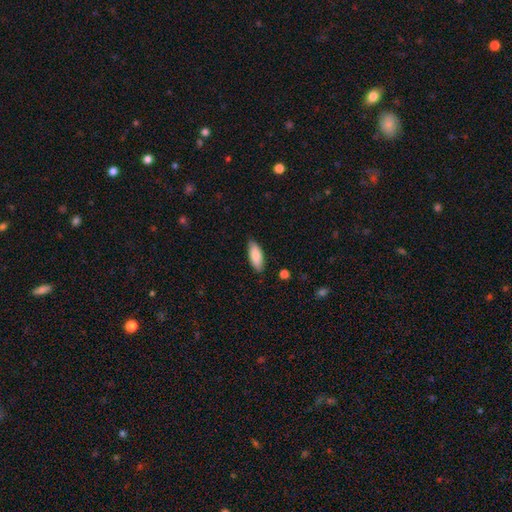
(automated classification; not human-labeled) Smooth or featured? smooth (85%)
How rounded? in between (75%)
Merging? none (85%)